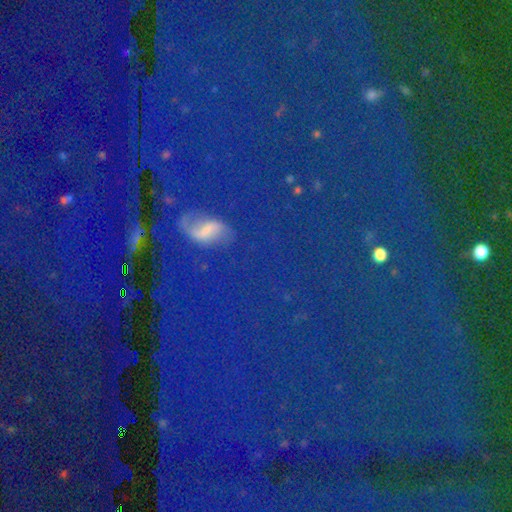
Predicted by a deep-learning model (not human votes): star or artifact 62%, smooth 25%, featured or disk 13%.